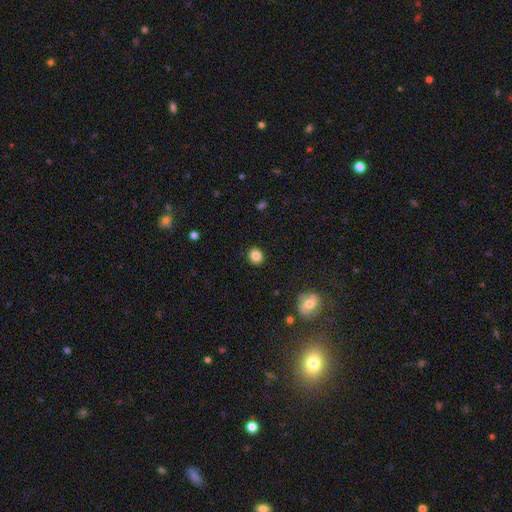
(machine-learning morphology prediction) Smooth or featured?
  - smooth: 85% *
  - star or artifact: 10%
  - featured or disk: 5%
How rounded?
  - round: 79% *
  - in between: 20%
  - cigar-shaped: 1%
Merging?
  - none: 91% *
  - minor disturbance: 6%
  - major disturbance: 2%
  - merger: 1%